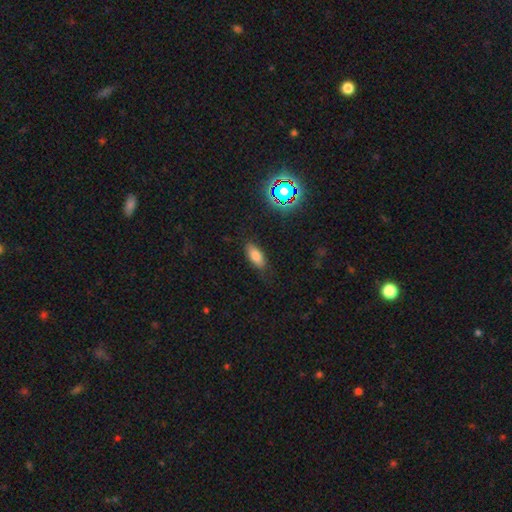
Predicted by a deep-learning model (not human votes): Smooth or featured? Predicted: smooth (p=0.77). How rounded? Predicted: in between (p=0.80). Merging? Predicted: none (p=0.80).